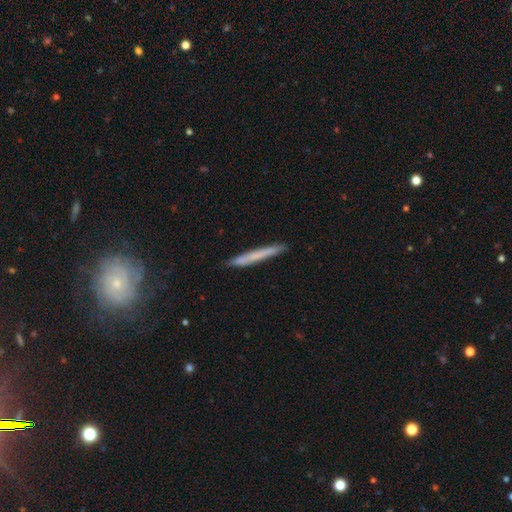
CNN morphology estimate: type=smooth (62%); roundness=cigar-shaped (97%); merging=none (89%).